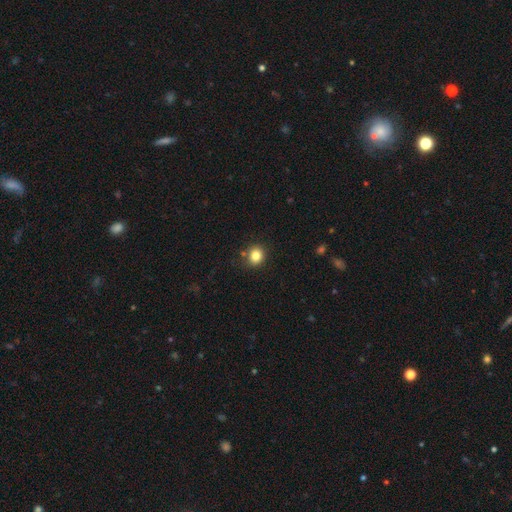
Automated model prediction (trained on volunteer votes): Smooth or featured: smooth — 83% (star or artifact — 11%)
How rounded: round — 84% (in between — 15%)
Merging: none — 84% (minor disturbance — 10%)